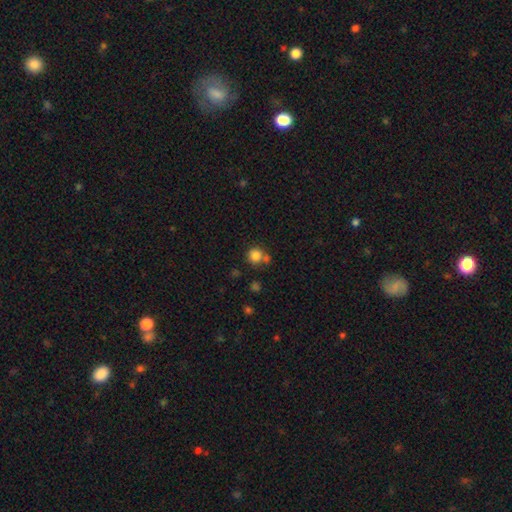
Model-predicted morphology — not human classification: Smooth or featured?
  - smooth: 82% *
  - star or artifact: 12%
  - featured or disk: 6%
How rounded?
  - round: 91% *
  - in between: 8%
  - cigar-shaped: 1%
Merging?
  - none: 63% *
  - merger: 23%
  - minor disturbance: 10%
  - major disturbance: 4%